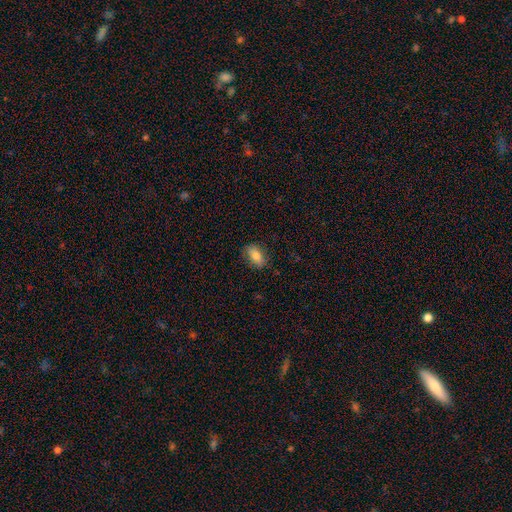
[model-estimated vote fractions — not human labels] Smooth or featured? Predicted: smooth (p=0.80). How rounded? Predicted: in between (p=0.88). Merging? Predicted: none (p=0.82).